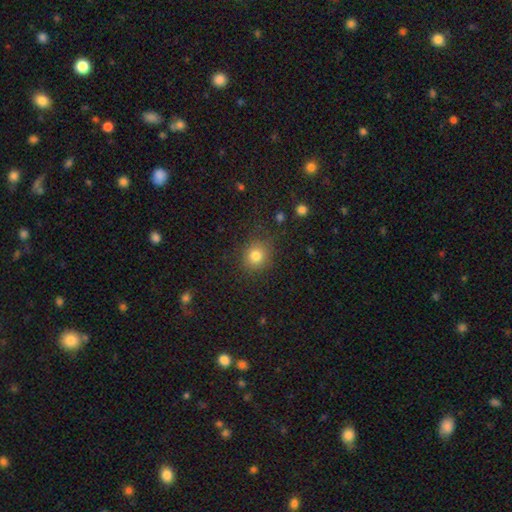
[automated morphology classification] smooth_or_featured: smooth (p=0.80) [alt: star or artifact p=0.13]
how_rounded: round (p=0.82) [alt: in between p=0.17]
merging: none (p=0.84) [alt: minor disturbance p=0.11]